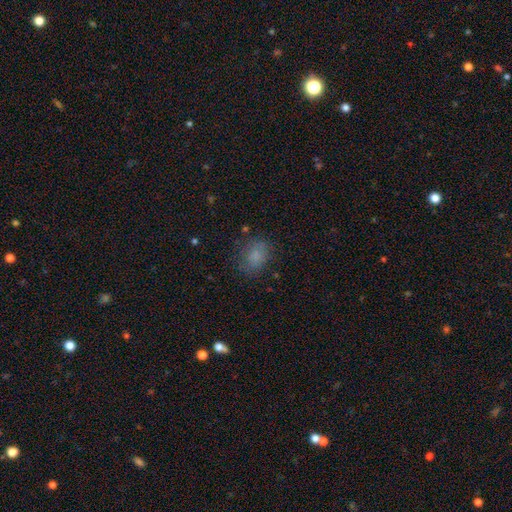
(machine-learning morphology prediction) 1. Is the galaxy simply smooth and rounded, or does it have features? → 78% smooth, 12% star or artifact, 9% featured or disk.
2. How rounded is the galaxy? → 53% in between, 46% round, 1% cigar-shaped.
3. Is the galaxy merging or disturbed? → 73% none, 18% minor disturbance, 7% major disturbance, 2% merger.